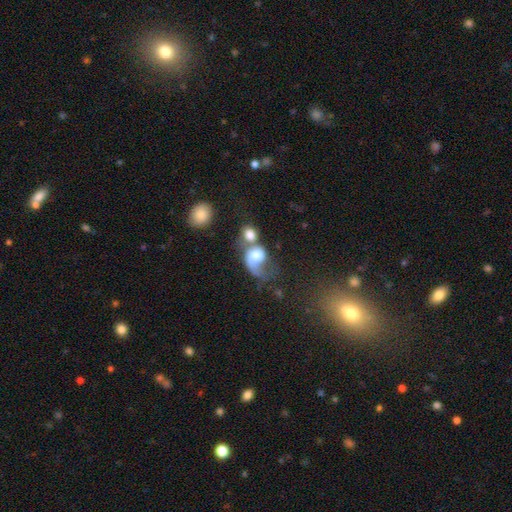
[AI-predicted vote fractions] Morphology: type=featured or disk (46%); merging=merger (59%).